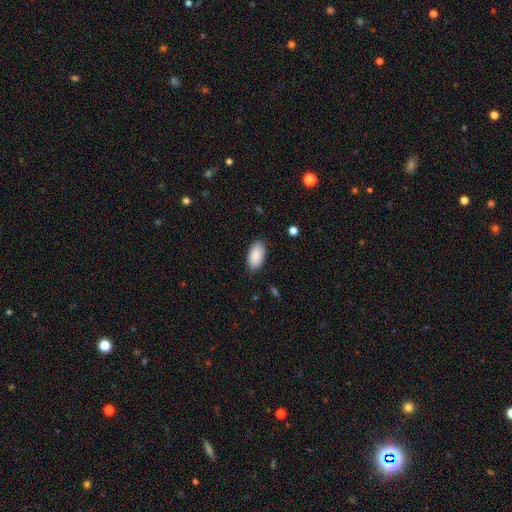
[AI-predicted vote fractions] The model was most divided on "merging": none: 85%, minor disturbance: 11%, major disturbance: 3%, merger: 1%. More confident: how rounded — in between (95%); smooth or featured — smooth (90%).